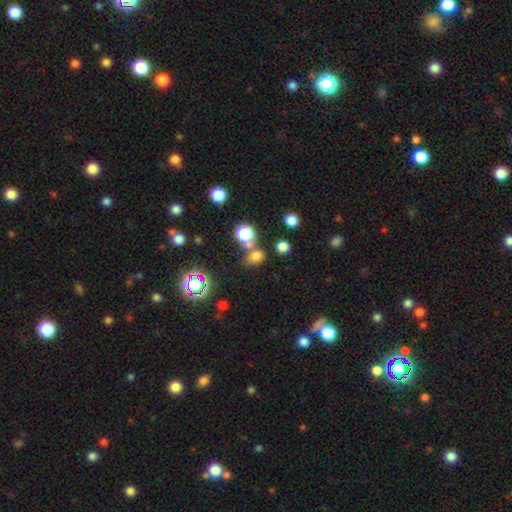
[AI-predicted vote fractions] Smooth or featured: smooth — 68% (star or artifact — 24%)
How rounded: in between — 52% (round — 47%)
Merging: none — 55% (merger — 29%)